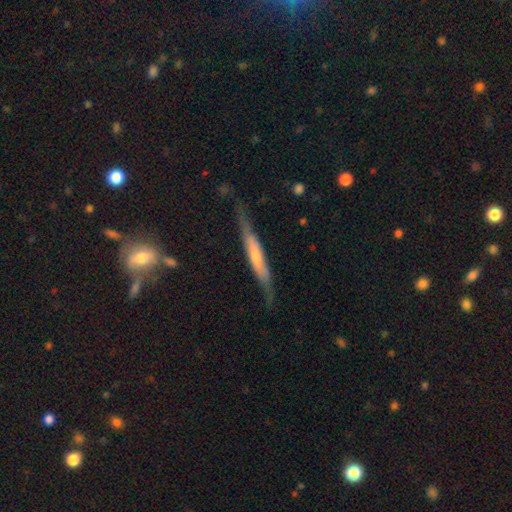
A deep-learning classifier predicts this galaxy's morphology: smooth-or-featured: featured or disk: 54% | smooth: 40% | star or artifact: 5%
  disk-edge-on: yes: 86% | no: 14%
  merging: none: 68% | minor disturbance: 22% | major disturbance: 7% | merger: 3%